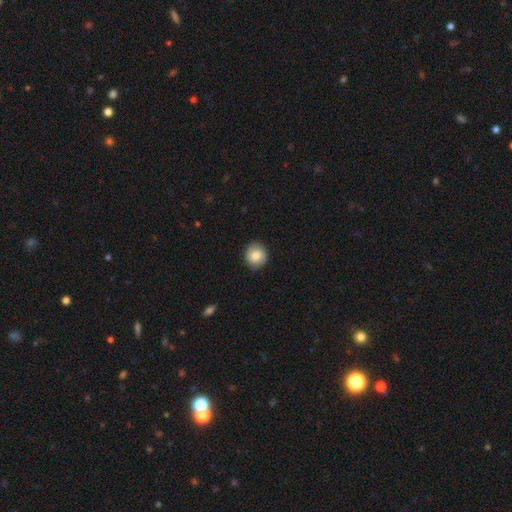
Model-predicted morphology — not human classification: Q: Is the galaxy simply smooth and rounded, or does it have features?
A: smooth — 82%.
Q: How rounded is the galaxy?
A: round — 89%.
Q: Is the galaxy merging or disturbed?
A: none — 87%.